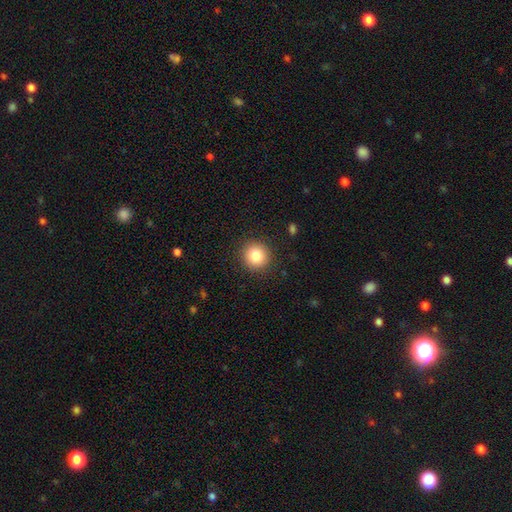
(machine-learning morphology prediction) Smooth or featured?
  - smooth: 83% *
  - star or artifact: 10%
  - featured or disk: 7%
How rounded?
  - round: 91% *
  - in between: 8%
  - cigar-shaped: 1%
Merging?
  - none: 91% *
  - minor disturbance: 6%
  - major disturbance: 2%
  - merger: 1%